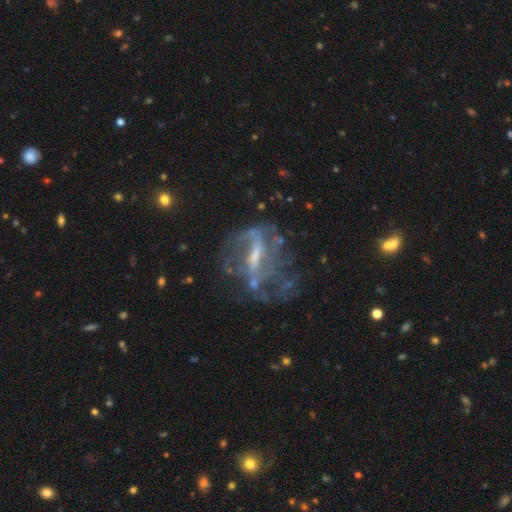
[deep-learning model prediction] Smooth or featured?
  - featured or disk: 75% *
  - smooth: 13%
  - star or artifact: 12%
Edge-on disk?
  - no: 91% *
  - yes: 9%
Bar?
  - strong: 44% *
  - weak: 36%
  - no: 20%
Spiral arms?
  - yes: 52% *
  - no: 48%
Bulge size?
  - moderate: 36% *
  - small: 33%
  - none: 24%
  - large: 5%
  - dominant: 1%
Merging?
  - none: 47% *
  - major disturbance: 29%
  - minor disturbance: 18%
  - merger: 6%